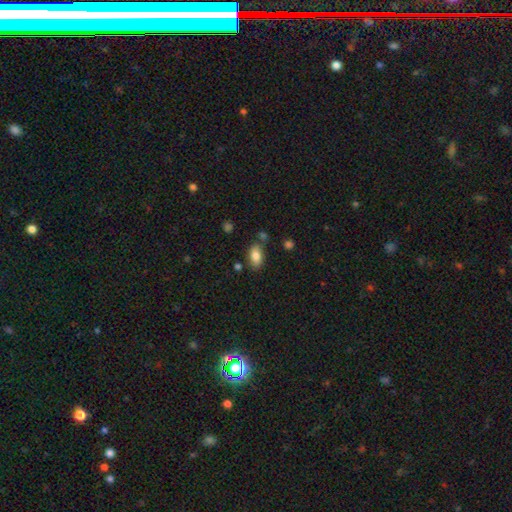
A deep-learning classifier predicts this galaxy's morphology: Smooth or featured: smooth — 82% (featured or disk — 10%)
How rounded: in between — 91% (cigar-shaped — 5%)
Merging: none — 74% (minor disturbance — 15%)